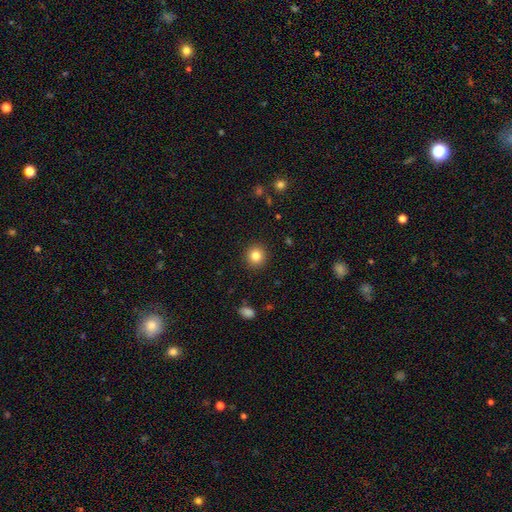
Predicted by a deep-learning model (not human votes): Smooth or featured?
  - smooth: 83% *
  - star or artifact: 11%
  - featured or disk: 7%
How rounded?
  - round: 92% *
  - in between: 7%
  - cigar-shaped: 1%
Merging?
  - none: 92% *
  - minor disturbance: 5%
  - major disturbance: 2%
  - merger: 1%